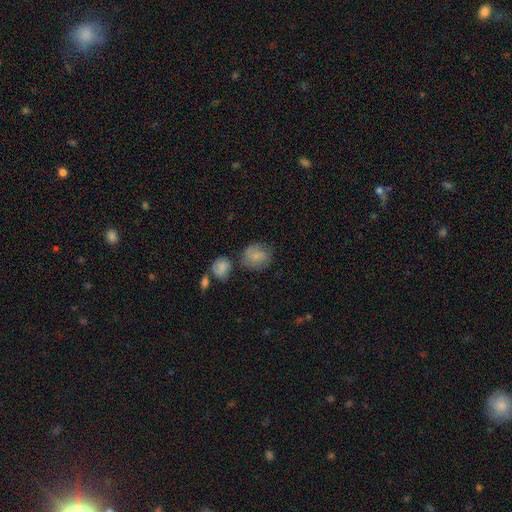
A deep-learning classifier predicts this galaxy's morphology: Smooth or featured? smooth (78%)
How rounded? round (66%)
Merging? none (59%)